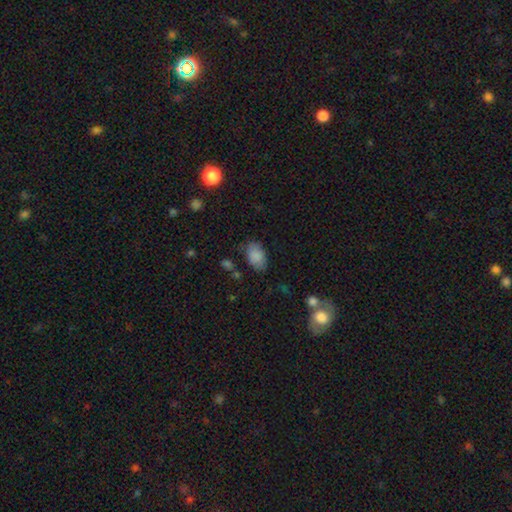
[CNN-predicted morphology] Q: Smooth or featured?
A: smooth (85%); runner-up: star or artifact (8%)
Q: How rounded?
A: in between (90%); runner-up: round (9%)
Q: Merging?
A: none (74%); runner-up: minor disturbance (18%)